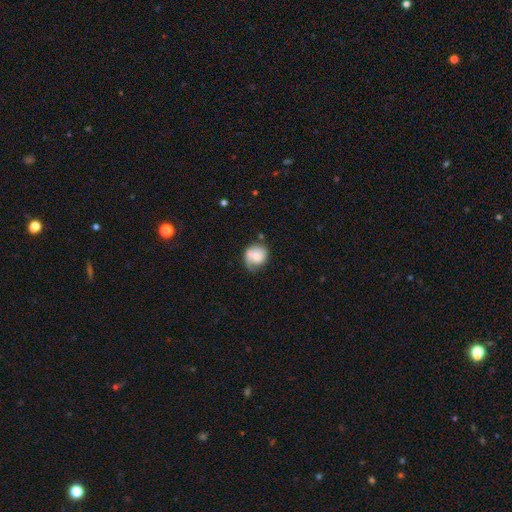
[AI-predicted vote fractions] smooth 53%, featured or disk 38%, star or artifact 8%. Down the decision tree: how rounded — round (70%); merging — none (48%).